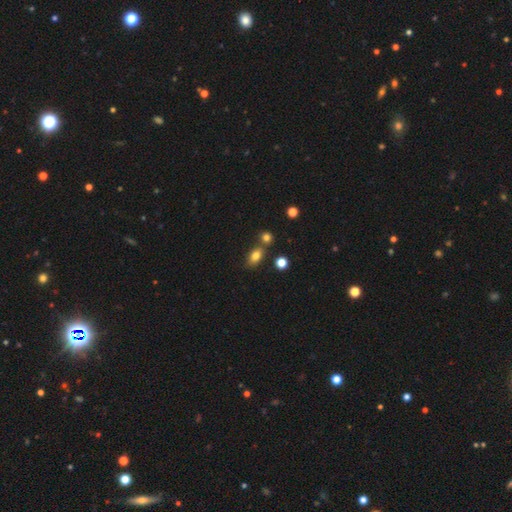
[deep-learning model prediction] Smooth or featured: smooth — 79% (star or artifact — 11%)
How rounded: in between — 80% (round — 17%)
Merging: none — 65% (merger — 19%)